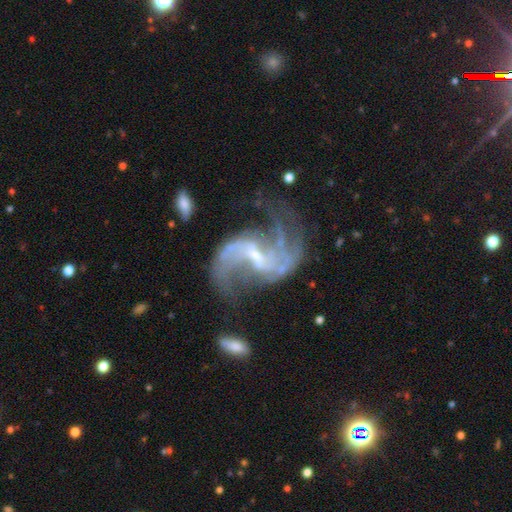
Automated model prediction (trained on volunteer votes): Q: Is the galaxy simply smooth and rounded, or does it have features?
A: featured or disk — 91%.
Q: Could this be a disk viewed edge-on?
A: no — 98%.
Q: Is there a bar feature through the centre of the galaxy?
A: weak — 48%.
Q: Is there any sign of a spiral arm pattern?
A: yes — 96%.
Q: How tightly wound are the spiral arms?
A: loose — 71%.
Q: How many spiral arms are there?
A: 2 — 85%.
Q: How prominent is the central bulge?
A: small — 71%.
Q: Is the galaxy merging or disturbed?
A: none — 50%.